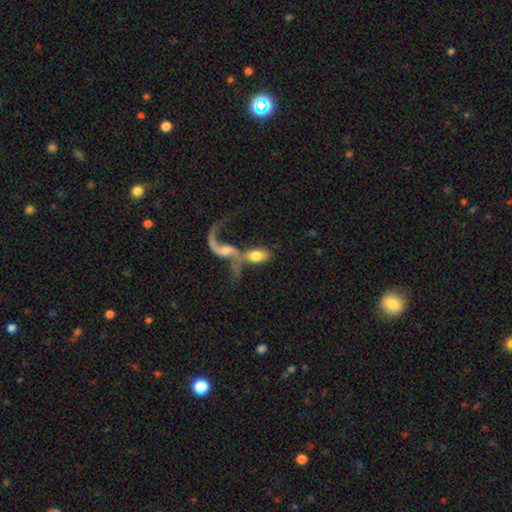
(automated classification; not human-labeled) smooth 50%, featured or disk 42%, star or artifact 7%. Down the decision tree: how rounded — in between (86%); merging — merger (58%).